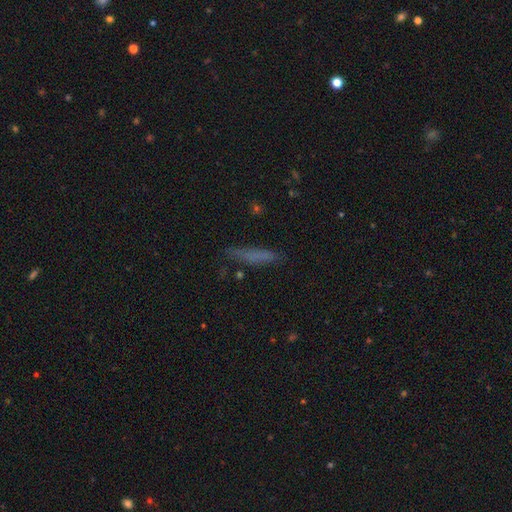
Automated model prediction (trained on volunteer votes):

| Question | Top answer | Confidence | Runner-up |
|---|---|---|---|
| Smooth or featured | smooth | 67% | featured or disk (20%) |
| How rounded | cigar-shaped | 88% | in between (10%) |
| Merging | none | 75% | minor disturbance (17%) |